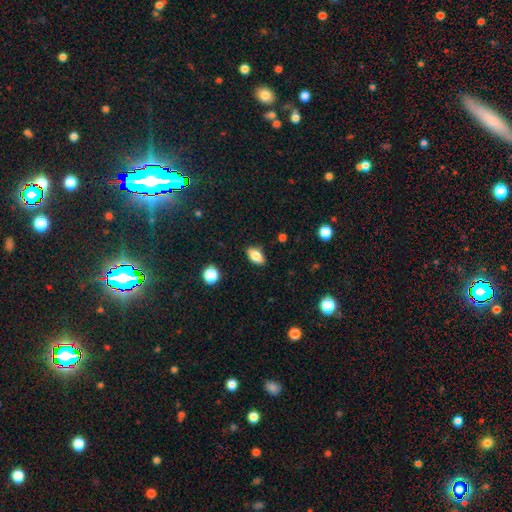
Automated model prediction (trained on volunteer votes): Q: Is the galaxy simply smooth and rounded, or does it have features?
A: smooth — 83%.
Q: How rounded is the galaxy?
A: in between — 89%.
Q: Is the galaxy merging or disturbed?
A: none — 86%.